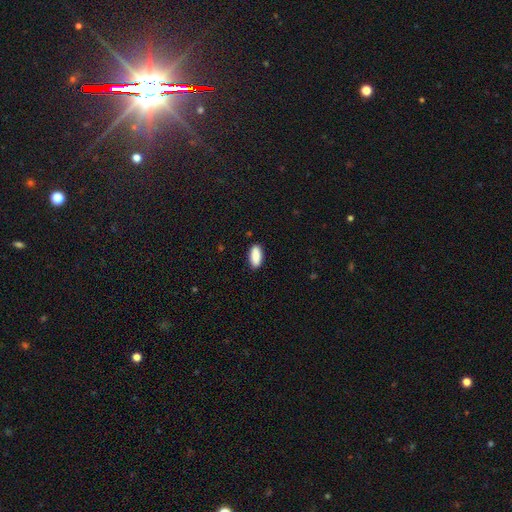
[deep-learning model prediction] A smooth galaxy with no disk features (90%) that is in between round and cigar-shaped (85%). Merging: none (87%).